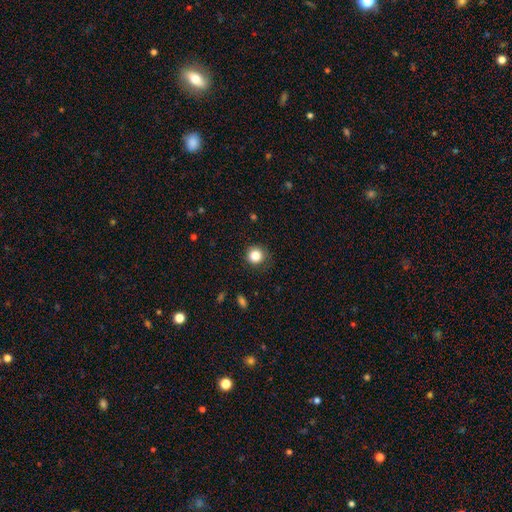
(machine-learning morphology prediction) A smooth galaxy with no disk features (84%) that is round (92%).

Vote fractions:
- Smooth or featured? smooth: 84% / star or artifact: 11% / featured or disk: 4%
- How rounded? round: 92% / in between: 7% / cigar-shaped: 1%
- Merging? none: 84% / minor disturbance: 12% / major disturbance: 4% / merger: 1%